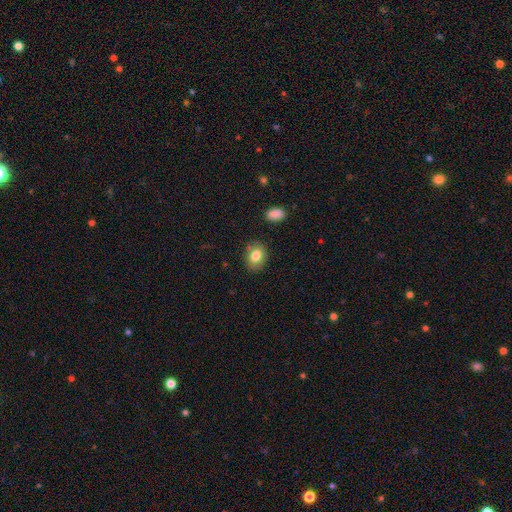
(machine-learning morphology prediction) smooth 80%, featured or disk 11%, star or artifact 8%. Down the decision tree: how rounded — in between (60%); merging — none (81%).